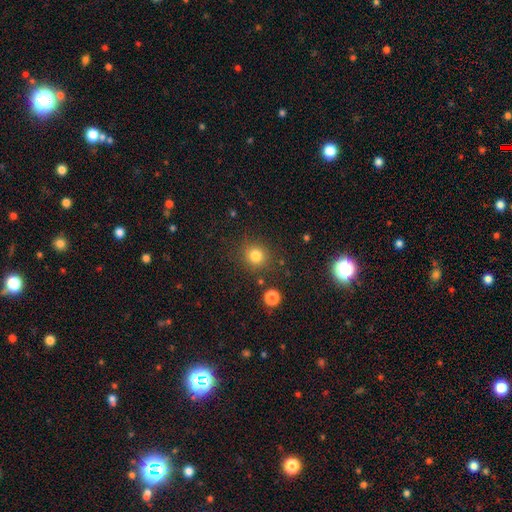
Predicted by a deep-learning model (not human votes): The model was most divided on "smooth or featured": smooth: 80%, star or artifact: 14%, featured or disk: 6%. More confident: how rounded — round (89%); merging — none (85%).